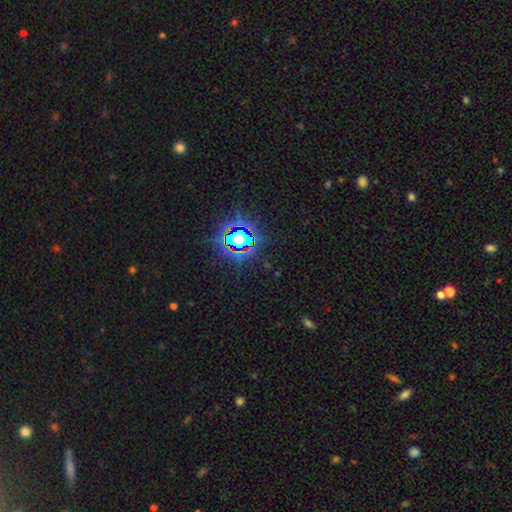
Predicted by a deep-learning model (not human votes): Morphology: type=star or artifact (79%).